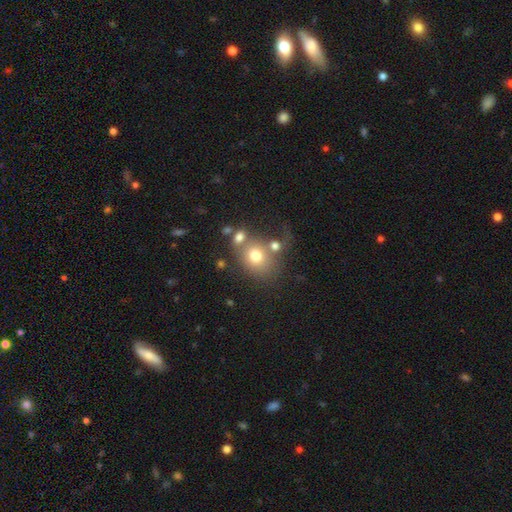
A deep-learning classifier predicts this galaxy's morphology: This is likely a smooth galaxy (71%). How rounded: likely round (62%). Merging: marginally none (42%).